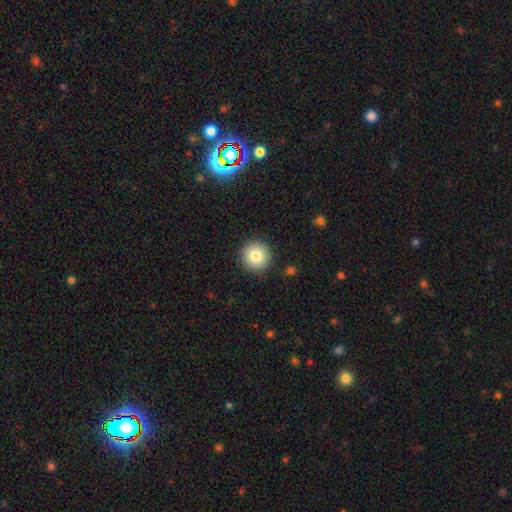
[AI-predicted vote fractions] smooth_or_featured: smooth (p=0.84) [alt: star or artifact p=0.09]
how_rounded: round (p=0.96) [alt: in between p=0.03]
merging: none (p=0.91) [alt: minor disturbance p=0.06]